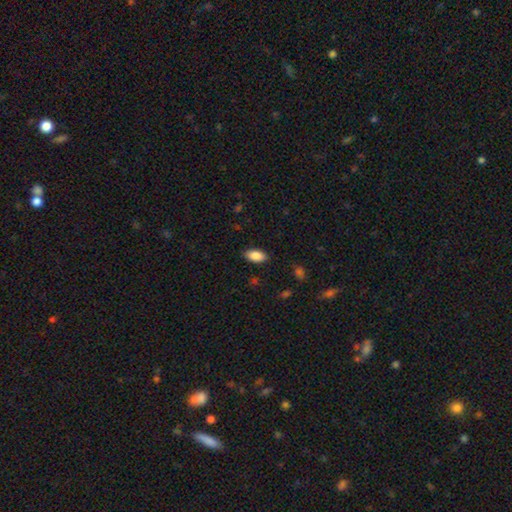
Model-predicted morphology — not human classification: smooth 88%, star or artifact 7%, featured or disk 5%. Down the decision tree: how rounded — in between (92%); merging — none (87%).